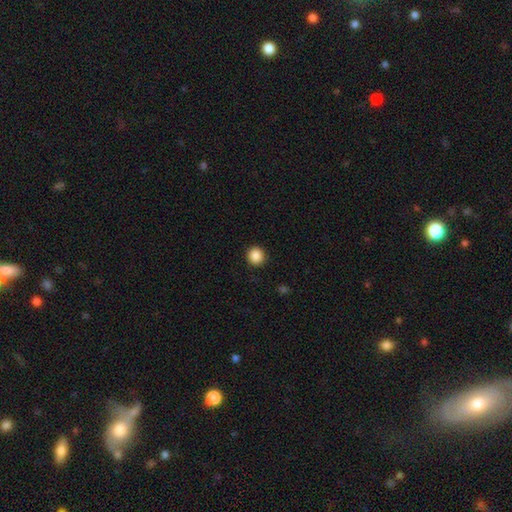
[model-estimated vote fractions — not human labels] This is clearly a smooth galaxy (87%). How rounded: clearly round (91%). Merging: clearly none (92%).